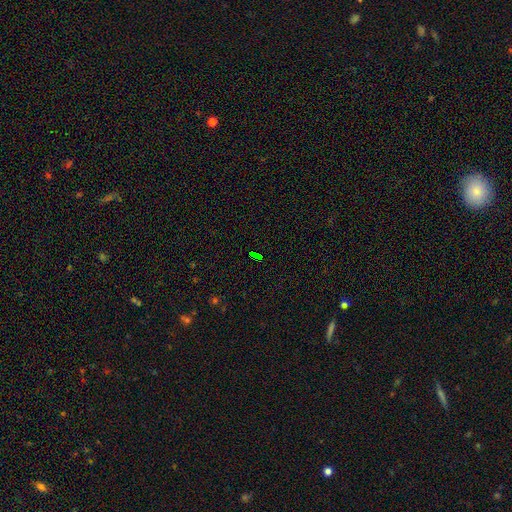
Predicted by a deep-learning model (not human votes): Smooth or featured? star or artifact (71%)